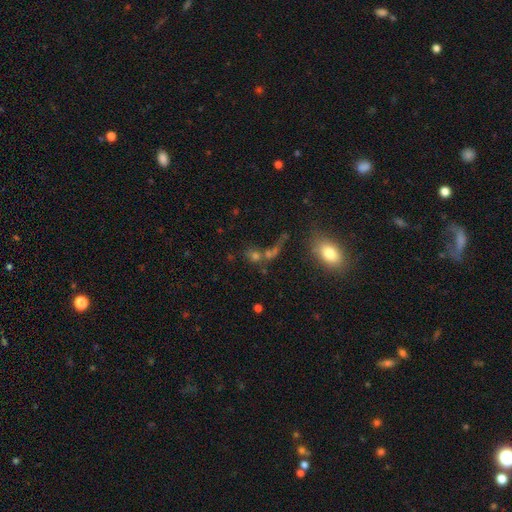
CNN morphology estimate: This appears to be a smooth galaxy with no disk features (56%) that is round (52%). Merging: none (46%).